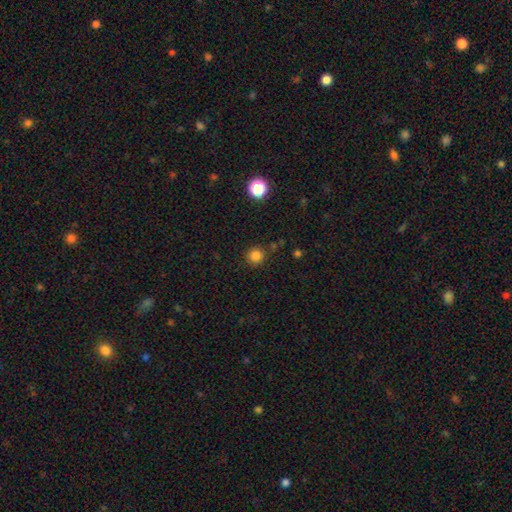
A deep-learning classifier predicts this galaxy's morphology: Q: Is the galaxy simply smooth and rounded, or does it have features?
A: smooth — 82%.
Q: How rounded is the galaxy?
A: round — 93%.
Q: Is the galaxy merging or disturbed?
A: none — 86%.